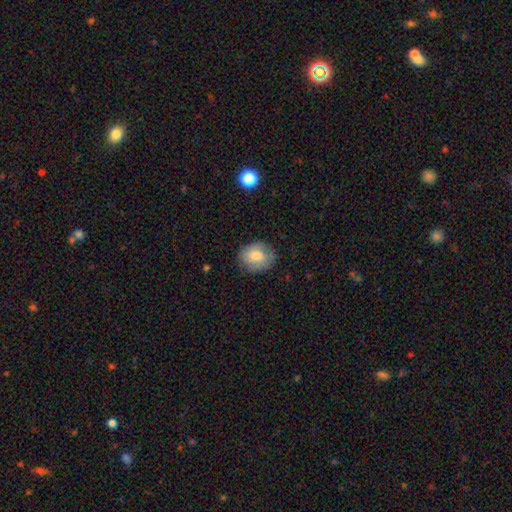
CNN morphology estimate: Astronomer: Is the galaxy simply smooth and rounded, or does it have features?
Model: smooth — 71%.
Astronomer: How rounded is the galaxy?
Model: round — 58% (runner-up: in between, 41%).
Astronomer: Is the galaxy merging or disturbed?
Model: none — 77%.